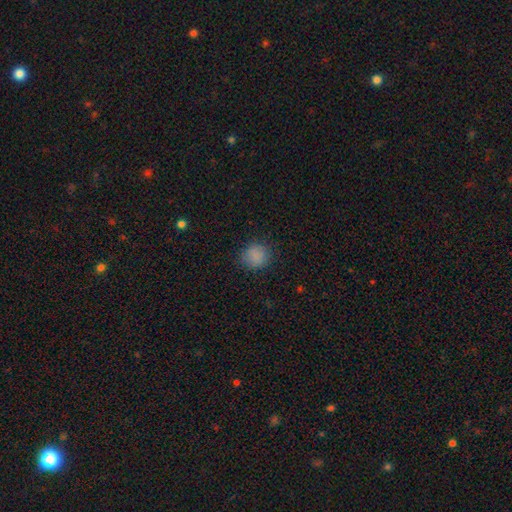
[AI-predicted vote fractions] This is clearly a smooth galaxy (85%). How rounded: clearly round (84%). Merging: clearly none (85%).